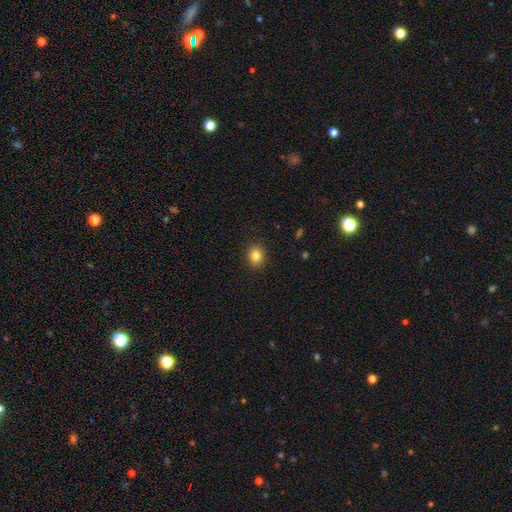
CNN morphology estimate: A smooth galaxy with no disk features (84%) that is round (65%).

Vote fractions:
- Smooth or featured? smooth: 84% / star or artifact: 11% / featured or disk: 6%
- How rounded? round: 65% / in between: 34% / cigar-shaped: 1%
- Merging? none: 90% / minor disturbance: 7% / major disturbance: 2% / merger: 1%